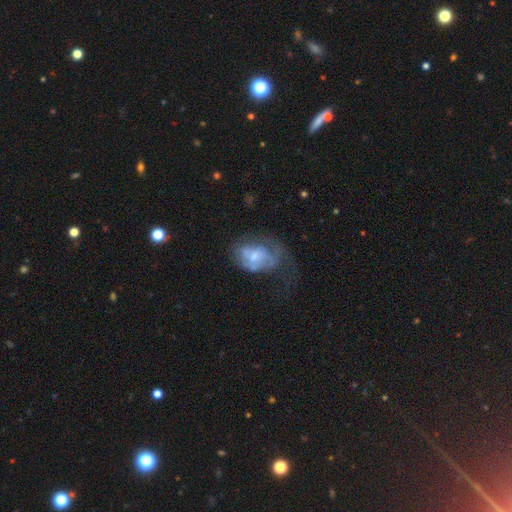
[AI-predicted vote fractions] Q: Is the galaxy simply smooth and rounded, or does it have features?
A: featured or disk — 54%.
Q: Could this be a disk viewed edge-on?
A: no — 97%.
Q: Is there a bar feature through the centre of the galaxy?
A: no — 71%.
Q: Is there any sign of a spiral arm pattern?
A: no — 55%.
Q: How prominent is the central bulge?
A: small — 42%.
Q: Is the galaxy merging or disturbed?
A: major disturbance — 46%.